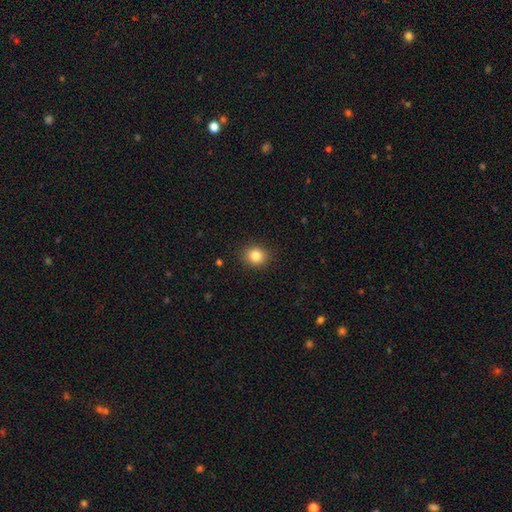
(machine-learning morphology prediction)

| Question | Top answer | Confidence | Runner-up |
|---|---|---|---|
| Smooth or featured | smooth | 83% | star or artifact (11%) |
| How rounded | round | 78% | in between (21%) |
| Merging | none | 90% | minor disturbance (7%) |